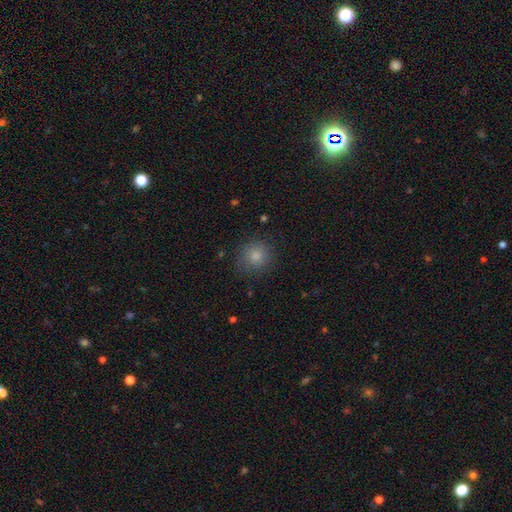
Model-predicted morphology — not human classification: A smooth galaxy with no disk features (82%) that is round (90%).

Vote fractions:
- Smooth or featured? smooth: 82% / star or artifact: 11% / featured or disk: 7%
- How rounded? round: 90% / in between: 9% / cigar-shaped: 1%
- Merging? none: 82% / minor disturbance: 13% / major disturbance: 4% / merger: 1%